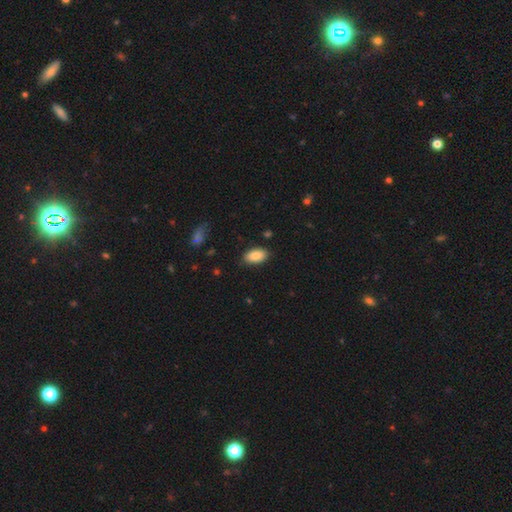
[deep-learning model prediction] Morphology: type=smooth (86%); roundness=in between (93%); merging=none (85%).